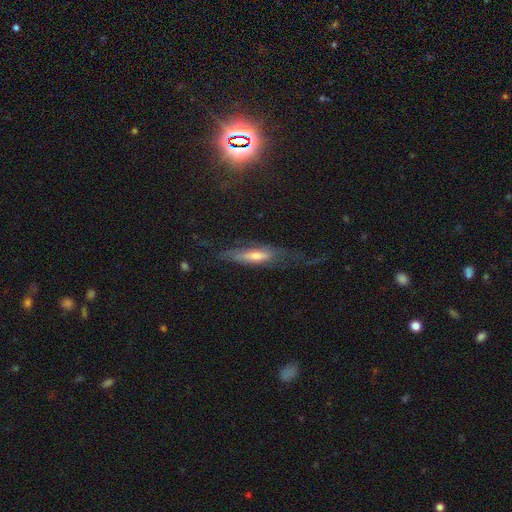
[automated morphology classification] A featured or disk galaxy (51%) viewed edge-on (58%). Merging: none (47%).